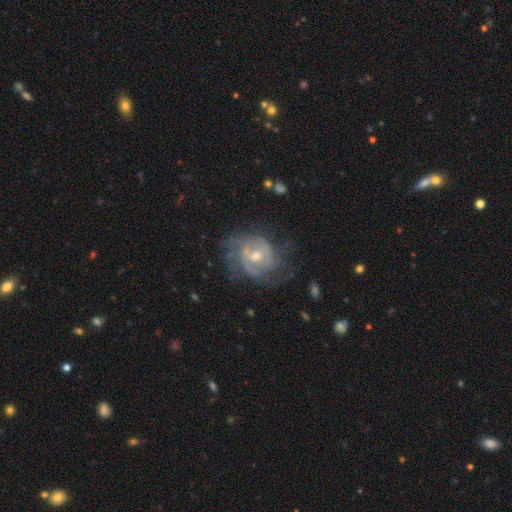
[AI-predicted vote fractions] Q: Smooth or featured?
A: featured or disk (82%); runner-up: smooth (11%)
Q: Edge-on disk?
A: no (97%); runner-up: yes (3%)
Q: Bar?
A: no (54%); runner-up: weak (38%)
Q: Spiral arms?
A: yes (89%); runner-up: no (11%)
Q: Spiral winding?
A: tight (53%); runner-up: medium (36%)
Q: Spiral arm count?
A: 2 (36%); runner-up: can't tell (33%)
Q: Bulge size?
A: moderate (67%); runner-up: small (26%)
Q: Merging?
A: none (61%); runner-up: minor disturbance (22%)